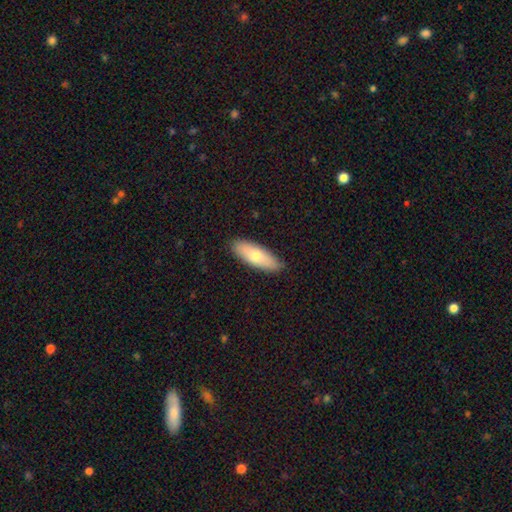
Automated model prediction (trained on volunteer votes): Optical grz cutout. It shows a smooth galaxy with no disk features (69%) that is in between round and cigar-shaped (64%). Merging: none (87%).